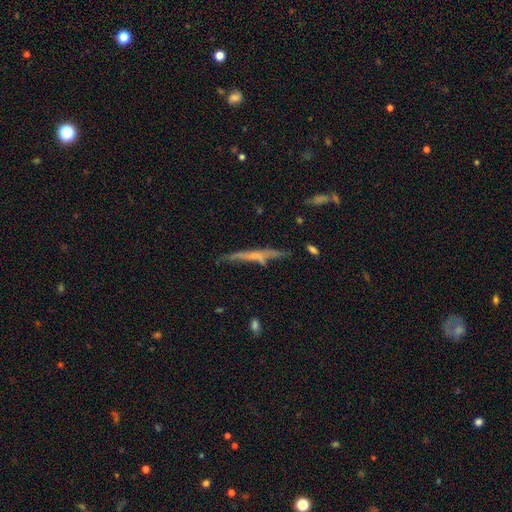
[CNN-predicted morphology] This appears to be a featured or disk galaxy (54%) viewed edge-on (91%). Merging: none (68%).